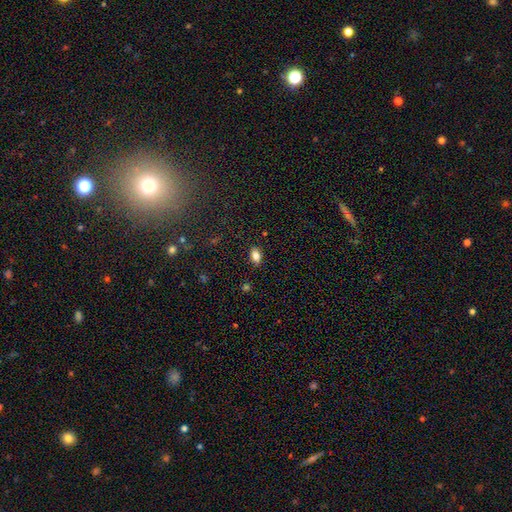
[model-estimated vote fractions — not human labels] Overall: smooth (83%). How rounded: in between (88%). Merging: none (87%).